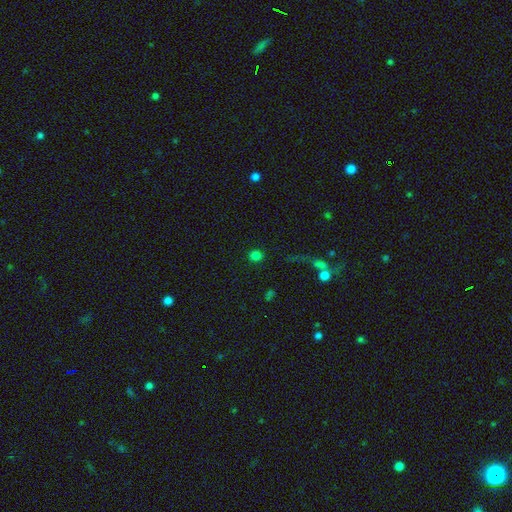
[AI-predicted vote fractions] Smooth or featured: smooth — 80% (star or artifact — 15%)
How rounded: round — 84% (in between — 15%)
Merging: none — 86% (minor disturbance — 6%)